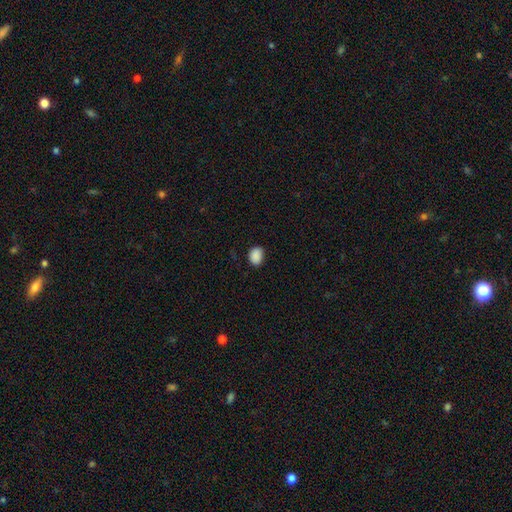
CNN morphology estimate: smooth 89%, star or artifact 9%, featured or disk 3%. Down the decision tree: how rounded — in between (67%); merging — none (83%).